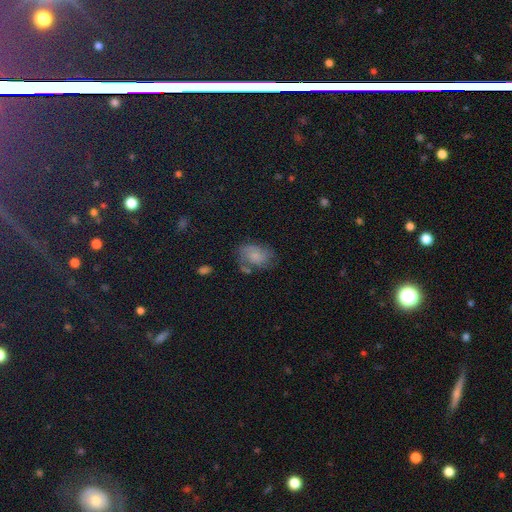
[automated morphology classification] Smooth or featured?
  - smooth: 58% *
  - featured or disk: 32%
  - star or artifact: 10%
How rounded?
  - in between: 77% *
  - round: 22%
  - cigar-shaped: 1%
Merging?
  - none: 48% *
  - minor disturbance: 27%
  - major disturbance: 16%
  - merger: 9%